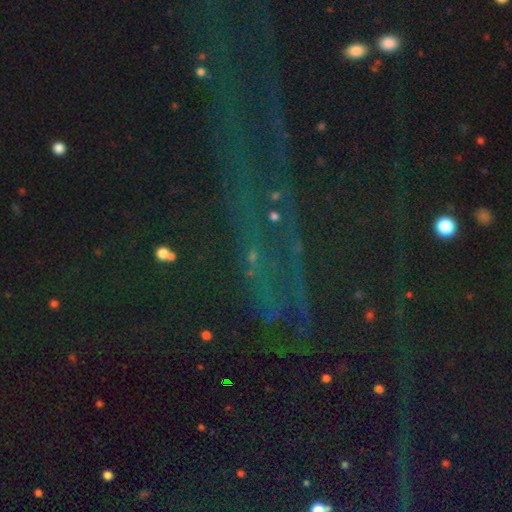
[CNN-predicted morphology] Overall: star or artifact (79%).